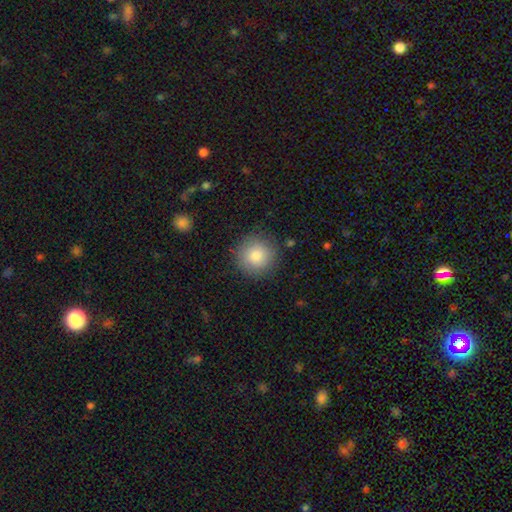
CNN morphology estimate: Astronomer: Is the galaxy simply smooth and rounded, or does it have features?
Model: smooth — 84%.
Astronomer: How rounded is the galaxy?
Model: round — 95%.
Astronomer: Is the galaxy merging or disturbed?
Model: none — 87%.